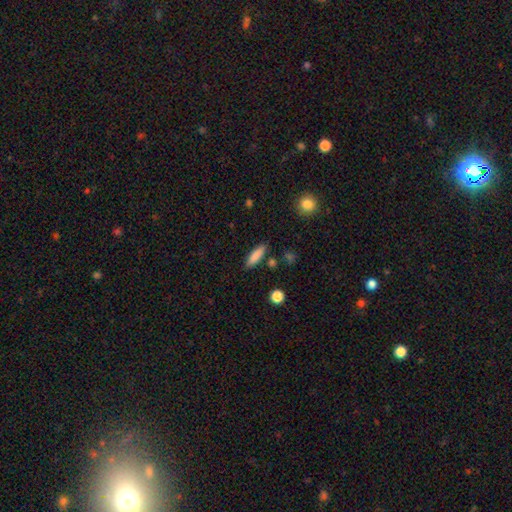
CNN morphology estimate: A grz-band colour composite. It shows a smooth galaxy with no disk features (85%) that is cigar-shaped (53%). Merging: none (84%).